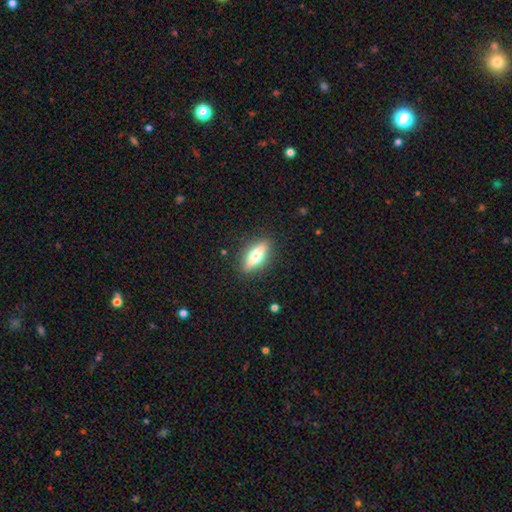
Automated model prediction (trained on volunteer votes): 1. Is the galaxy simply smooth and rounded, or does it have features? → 50% smooth, 44% featured or disk, 6% star or artifact.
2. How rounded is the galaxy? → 54% in between, 42% cigar-shaped, 4% round.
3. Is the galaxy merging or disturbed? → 88% none, 9% minor disturbance, 2% major disturbance, 1% merger.